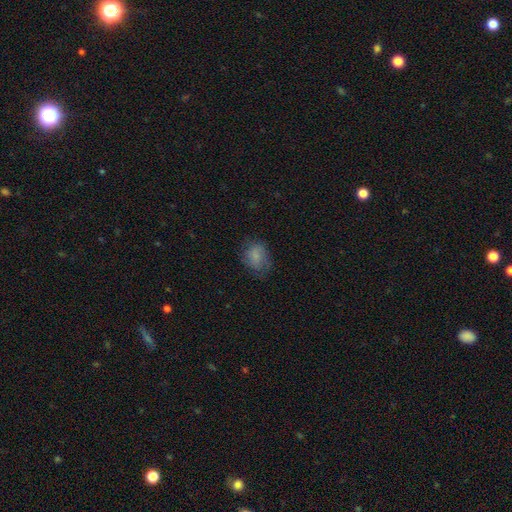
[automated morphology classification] Smooth or featured? Predicted: smooth (p=0.75). How rounded? Predicted: round (p=0.51). Merging? Predicted: none (p=0.61).